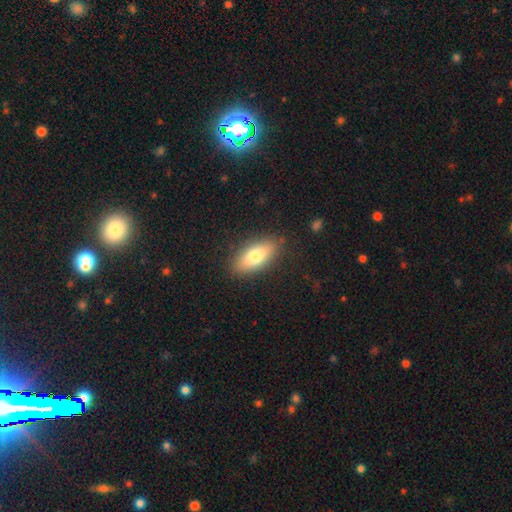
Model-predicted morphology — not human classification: Smooth or featured? Predicted: smooth (p=0.74). How rounded? Predicted: in between (p=0.80). Merging? Predicted: none (p=0.87).